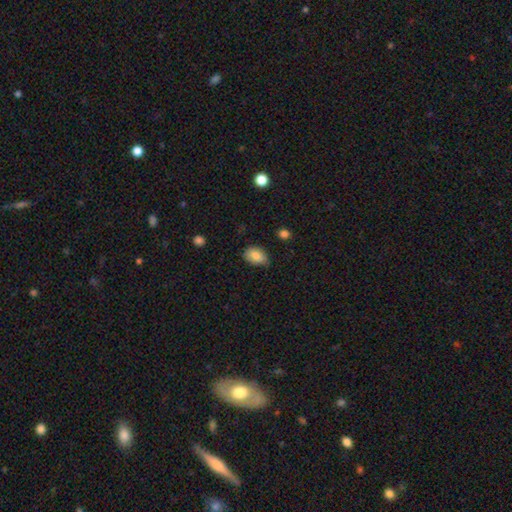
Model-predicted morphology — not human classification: Smooth or featured?
  - smooth: 85% *
  - star or artifact: 8%
  - featured or disk: 7%
How rounded?
  - in between: 83% *
  - round: 16%
  - cigar-shaped: 1%
Merging?
  - none: 66% *
  - minor disturbance: 29%
  - major disturbance: 4%
  - merger: 1%